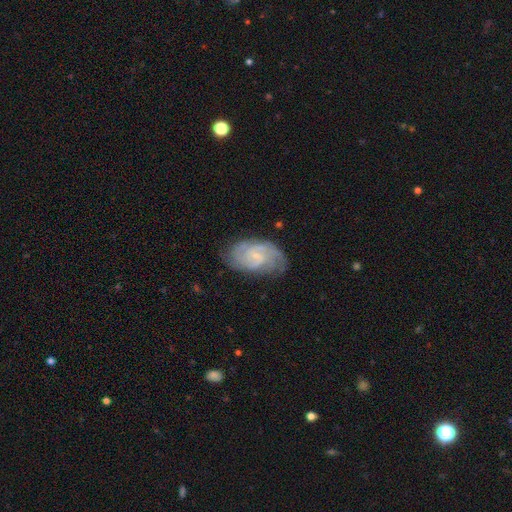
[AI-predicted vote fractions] This appears to be a featured or disk galaxy (82%) with a weak bar (47%), 2 (40%) tight (50%) spiral arms (96%) and a small central bulge (75%). Merging: none (71%).